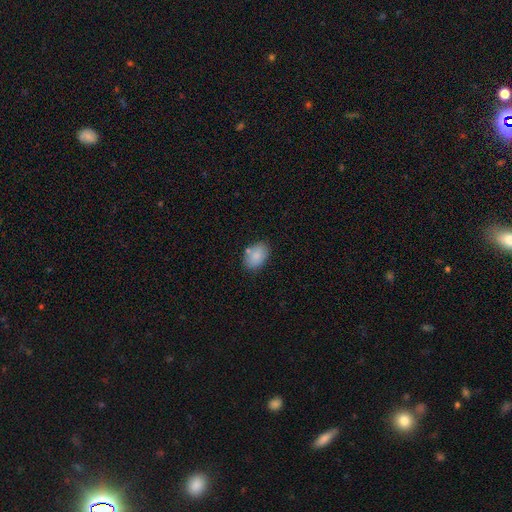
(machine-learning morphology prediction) A smooth galaxy with no disk features (86%) that is in between round and cigar-shaped (85%). Merging: none (75%).